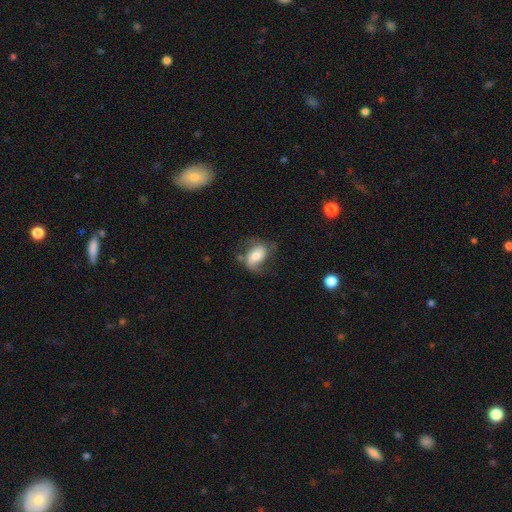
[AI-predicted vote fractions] A smooth galaxy with no disk features (50%) that is in between round and cigar-shaped (85%).

Vote fractions:
- Smooth or featured? smooth: 50% / featured or disk: 42% / star or artifact: 8%
- How rounded? in between: 85% / round: 13% / cigar-shaped: 2%
- Merging? none: 50% / minor disturbance: 27% / major disturbance: 20% / merger: 4%